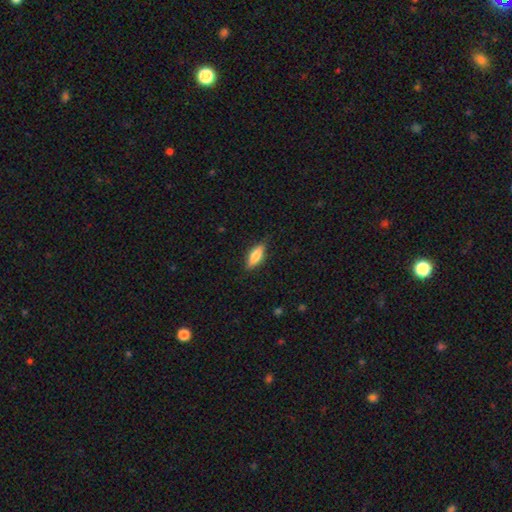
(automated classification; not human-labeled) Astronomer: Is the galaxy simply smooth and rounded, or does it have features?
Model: smooth — 74%.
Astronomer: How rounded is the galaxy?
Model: in between — 67%.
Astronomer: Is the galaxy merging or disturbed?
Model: none — 82%.